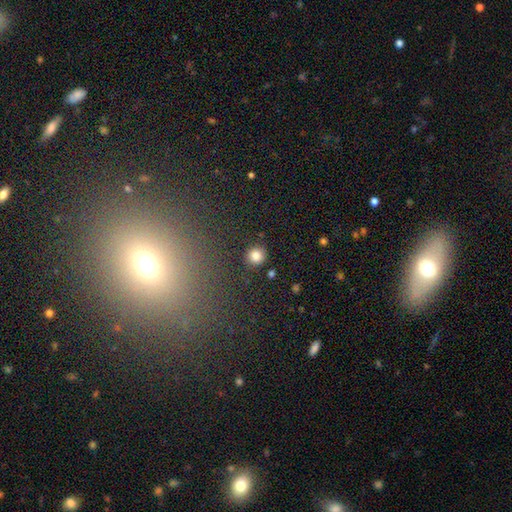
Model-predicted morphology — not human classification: Smooth or featured?
  - smooth: 84% *
  - star or artifact: 11%
  - featured or disk: 5%
How rounded?
  - round: 94% *
  - in between: 6%
  - cigar-shaped: 1%
Merging?
  - none: 89% *
  - minor disturbance: 6%
  - major disturbance: 2%
  - merger: 2%